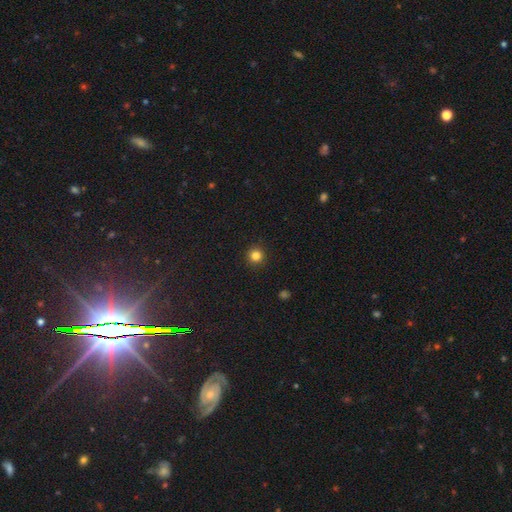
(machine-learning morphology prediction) The model was most divided on "smooth or featured": smooth: 83%, star or artifact: 13%, featured or disk: 4%. More confident: how rounded — round (95%); merging — none (92%).